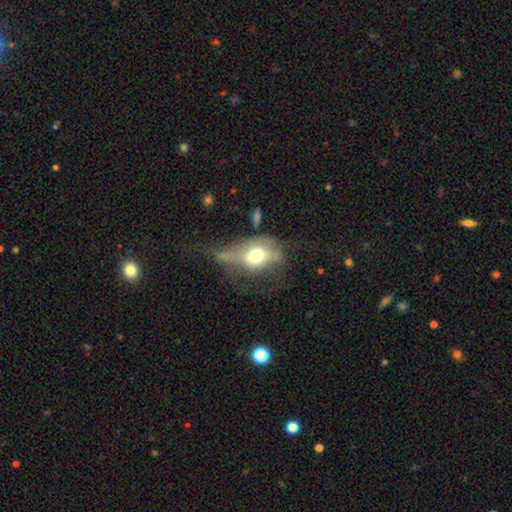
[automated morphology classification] Smooth or featured?
  - smooth: 56% *
  - featured or disk: 35%
  - star or artifact: 9%
How rounded?
  - in between: 74% *
  - round: 21%
  - cigar-shaped: 5%
Merging?
  - major disturbance: 46% *
  - minor disturbance: 23%
  - none: 20%
  - merger: 11%